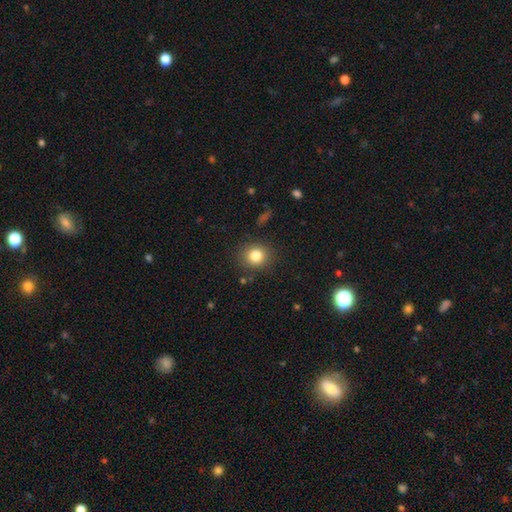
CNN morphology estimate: Smooth or featured?
  - smooth: 82% *
  - star or artifact: 11%
  - featured or disk: 7%
How rounded?
  - round: 80% *
  - in between: 19%
  - cigar-shaped: 1%
Merging?
  - none: 86% *
  - minor disturbance: 9%
  - major disturbance: 3%
  - merger: 2%